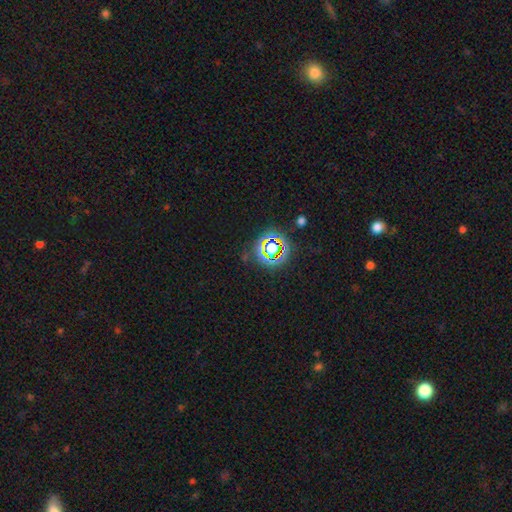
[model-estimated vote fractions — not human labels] This is likely a star or artifact rather than a galaxy (72%).